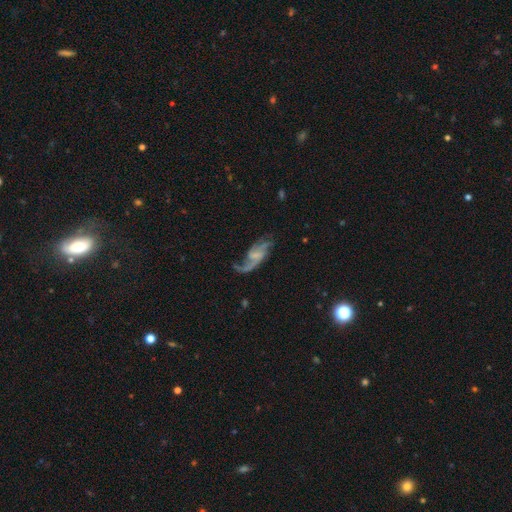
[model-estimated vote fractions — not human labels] Smooth or featured?
  - featured or disk: 83% *
  - smooth: 10%
  - star or artifact: 7%
Edge-on disk?
  - no: 95% *
  - yes: 5%
Bar?
  - weak: 45% *
  - no: 39%
  - strong: 16%
Spiral arms?
  - yes: 94% *
  - no: 6%
Spiral winding?
  - loose: 65% *
  - medium: 28%
  - tight: 7%
Spiral arm count?
  - 2: 70% *
  - 3: 9%
  - can't tell: 8%
  - 1: 7%
  - 4: 3%
  - more than 4: 3%
Bulge size?
  - none: 46% *
  - small: 35%
  - moderate: 15%
  - large: 3%
  - dominant: 1%
Merging?
  - none: 55% *
  - major disturbance: 22%
  - minor disturbance: 19%
  - merger: 4%